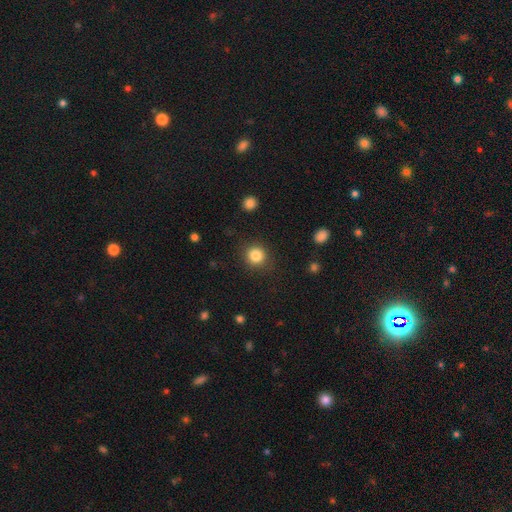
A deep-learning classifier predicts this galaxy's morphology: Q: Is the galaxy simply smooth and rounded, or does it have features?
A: smooth — 85%.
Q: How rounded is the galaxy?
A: round — 92%.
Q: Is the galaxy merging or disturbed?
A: none — 88%.